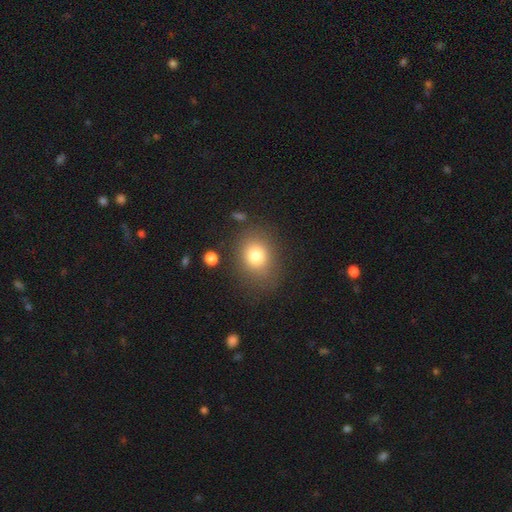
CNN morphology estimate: A smooth galaxy with no disk features (79%) that is in between round and cigar-shaped (51%). Merging: none (75%).